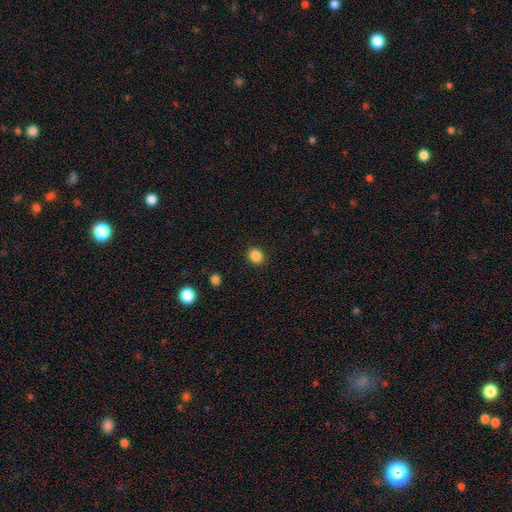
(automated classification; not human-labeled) Overall: smooth (87%). How rounded: round (64%; in between 35%). Merging: none (89%).